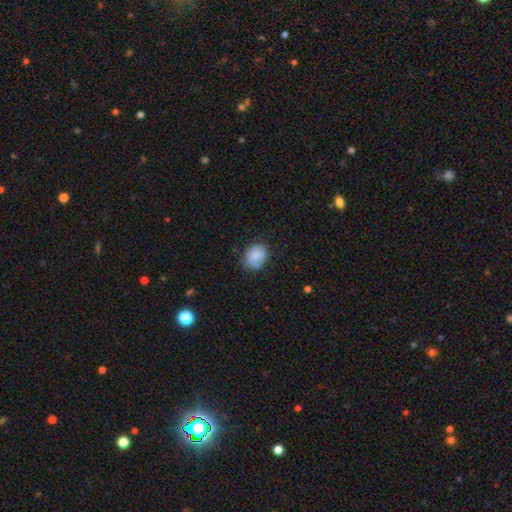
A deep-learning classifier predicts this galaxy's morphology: Smooth or featured?
  - smooth: 83% *
  - featured or disk: 9%
  - star or artifact: 8%
How rounded?
  - round: 55% *
  - in between: 44%
  - cigar-shaped: 1%
Merging?
  - none: 69% *
  - minor disturbance: 23%
  - major disturbance: 6%
  - merger: 2%